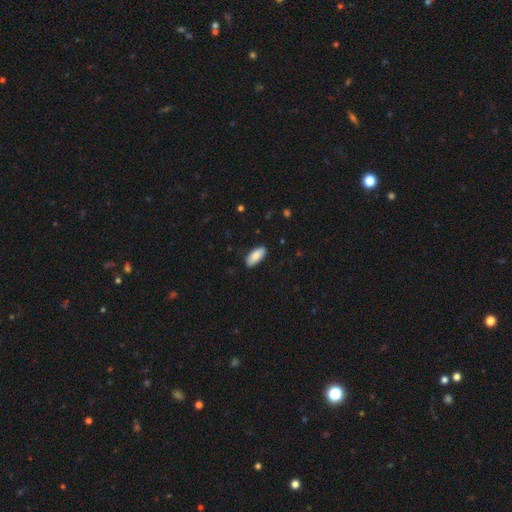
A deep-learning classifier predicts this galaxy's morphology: A smooth galaxy with no disk features (88%) that is in between round and cigar-shaped (87%).

Vote fractions:
- Smooth or featured? smooth: 88% / featured or disk: 6% / star or artifact: 5%
- How rounded? in between: 87% / cigar-shaped: 12% / round: 2%
- Merging? none: 88% / minor disturbance: 9% / major disturbance: 2% / merger: 1%